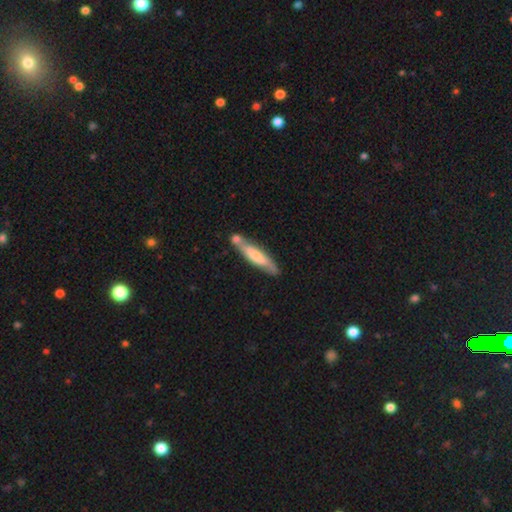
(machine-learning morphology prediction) Smooth or featured? smooth (54%)
How rounded? cigar-shaped (86%)
Merging? none (58%)